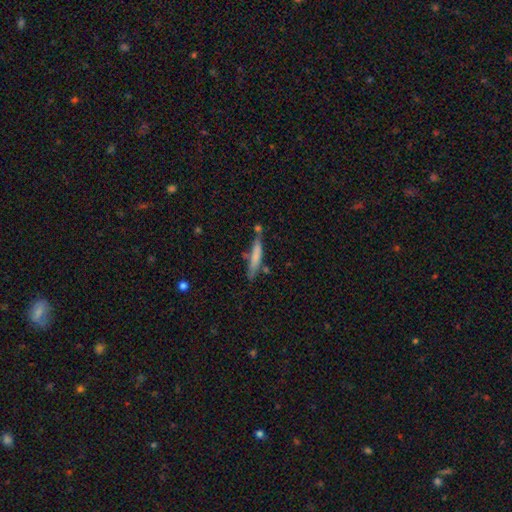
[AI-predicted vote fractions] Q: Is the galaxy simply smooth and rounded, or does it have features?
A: smooth — 65%.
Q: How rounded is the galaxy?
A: cigar-shaped — 90%.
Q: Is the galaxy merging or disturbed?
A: none — 63%.